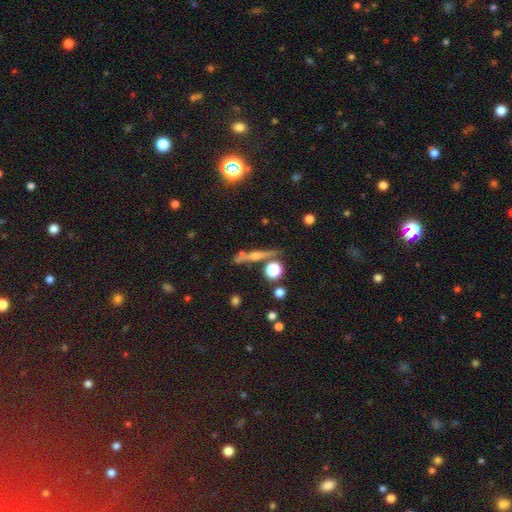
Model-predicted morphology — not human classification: This is possibly a featured or disk galaxy (57%). It is clearly viewed edge-on (91%). Edge-on bulge: likely rounded (74%). Merging: likely none (71%).